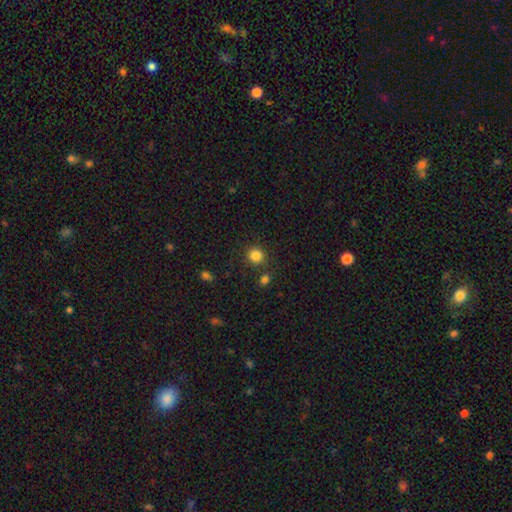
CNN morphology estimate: Overall: smooth (84%). How rounded: round (90%). Merging: none (84%).